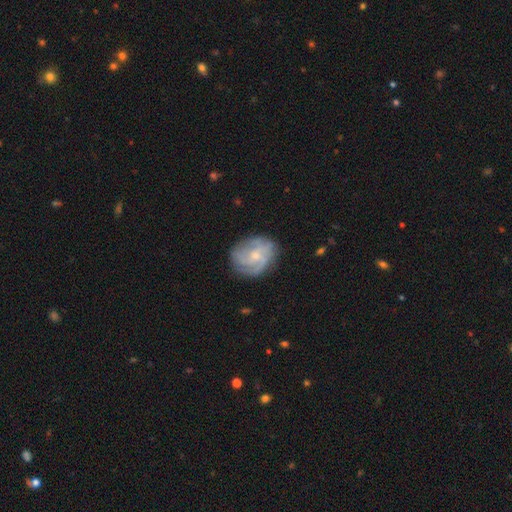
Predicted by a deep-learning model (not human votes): featured or disk 69%, smooth 24%, star or artifact 7%. Down the decision tree: edge-on disk — no (98%); bar — no (67%); spiral arms — yes (85%); spiral arm count — can't tell (38%); spiral winding — tight (47%); bulge size — small (60%); merging — none (72%).